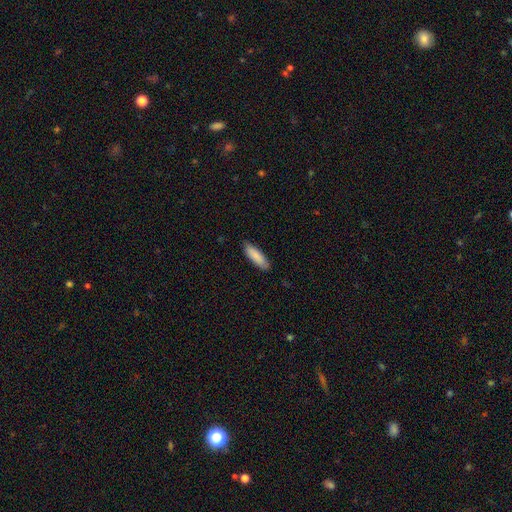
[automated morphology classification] smooth-or-featured: smooth: 87% | featured or disk: 7% | star or artifact: 5%
  how-rounded: cigar-shaped: 52% | in between: 47% | round: 1%
  merging: none: 85% | minor disturbance: 12% | major disturbance: 2% | merger: 1%